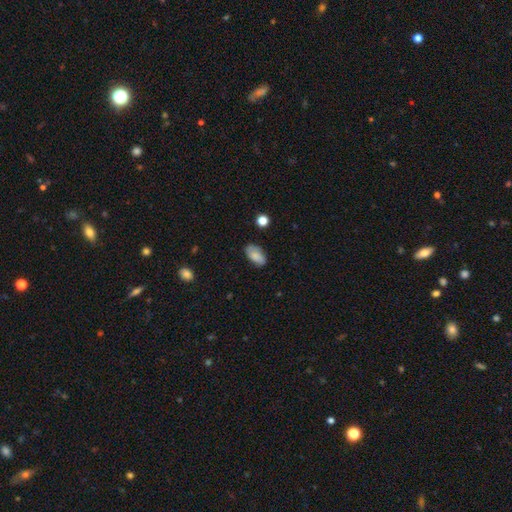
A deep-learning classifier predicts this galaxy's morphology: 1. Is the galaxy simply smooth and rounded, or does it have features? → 77% smooth, 15% featured or disk, 8% star or artifact.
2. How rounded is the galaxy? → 92% in between, 4% round, 3% cigar-shaped.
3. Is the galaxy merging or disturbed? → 75% none, 19% minor disturbance, 4% major disturbance, 2% merger.